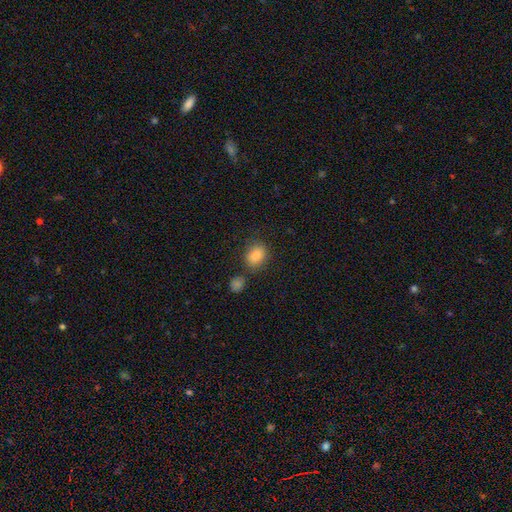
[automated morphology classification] A smooth galaxy with no disk features (83%) that is in between round and cigar-shaped (52%).

Vote fractions:
- Smooth or featured? smooth: 83% / star or artifact: 10% / featured or disk: 7%
- How rounded? in between: 52% / round: 47% / cigar-shaped: 1%
- Merging? none: 72% / minor disturbance: 13% / merger: 11% / major disturbance: 4%